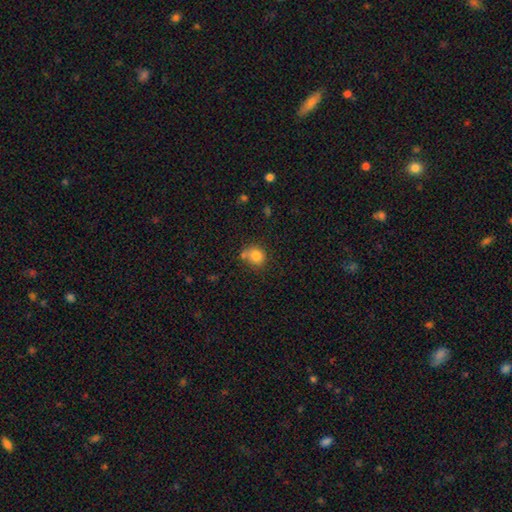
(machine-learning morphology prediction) Smooth or featured: smooth — 81% (star or artifact — 11%)
How rounded: round — 77% (in between — 22%)
Merging: none — 54% (minor disturbance — 22%)